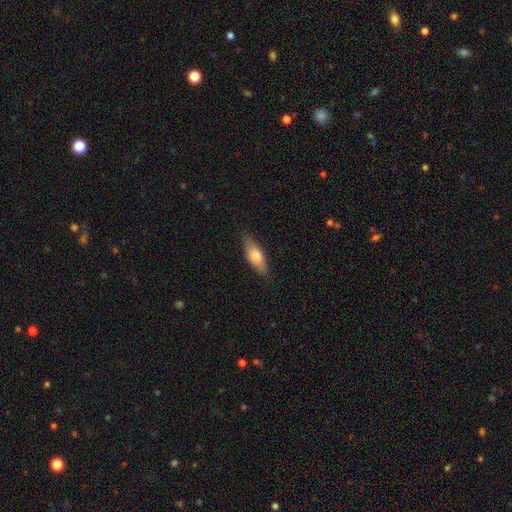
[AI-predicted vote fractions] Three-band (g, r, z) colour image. It shows a smooth galaxy with no disk features (66%) that is in between round and cigar-shaped (63%). Merging: none (82%).